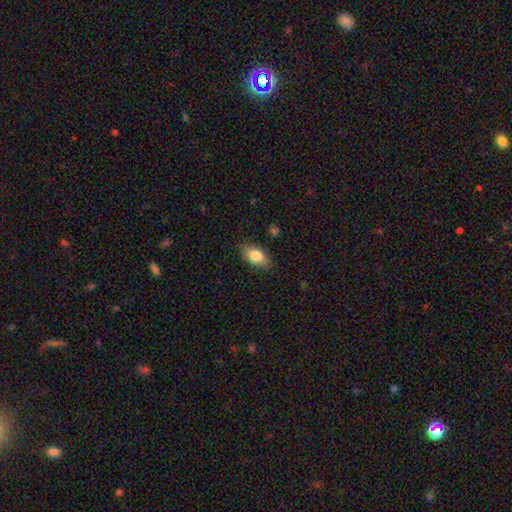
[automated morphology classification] smooth-or-featured: smooth: 83% | featured or disk: 10% | star or artifact: 7%
  how-rounded: in between: 90% | round: 6% | cigar-shaped: 4%
  merging: none: 85% | minor disturbance: 11% | major disturbance: 3% | merger: 1%